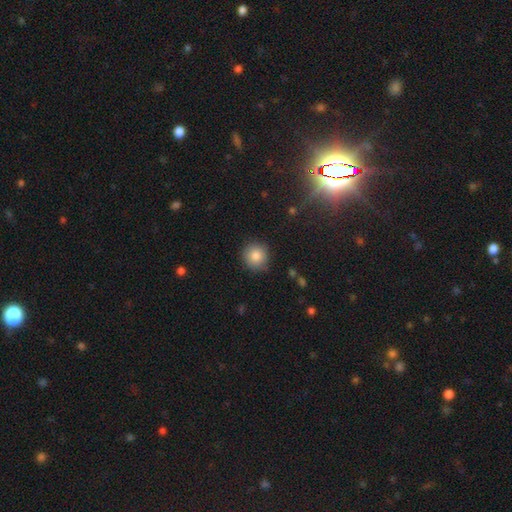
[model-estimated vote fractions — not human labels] Smooth or featured?
  - smooth: 83% *
  - star or artifact: 10%
  - featured or disk: 7%
How rounded?
  - round: 92% *
  - in between: 7%
  - cigar-shaped: 1%
Merging?
  - none: 87% *
  - minor disturbance: 9%
  - major disturbance: 2%
  - merger: 1%